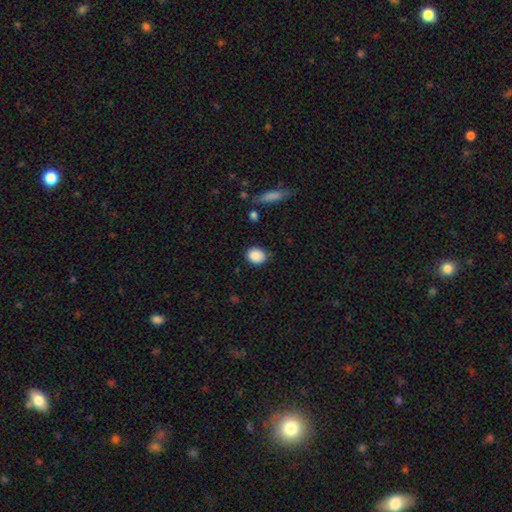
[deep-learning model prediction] Smooth or featured? Predicted: smooth (p=0.88). How rounded? Predicted: round (p=0.57). Merging? Predicted: none (p=0.81).